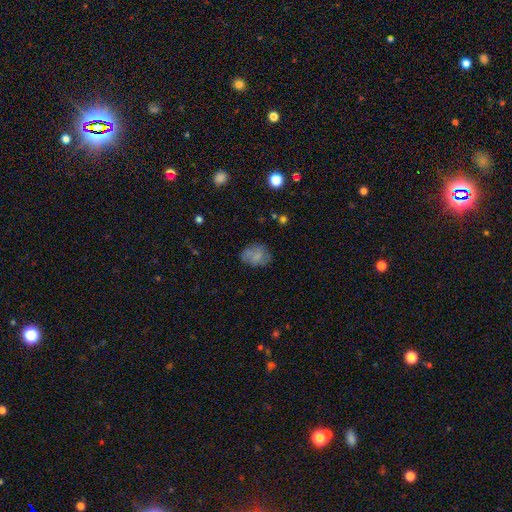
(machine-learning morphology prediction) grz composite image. It shows a smooth galaxy with no disk features (62%) that is in between round and cigar-shaped (62%). Merging: none (62%).